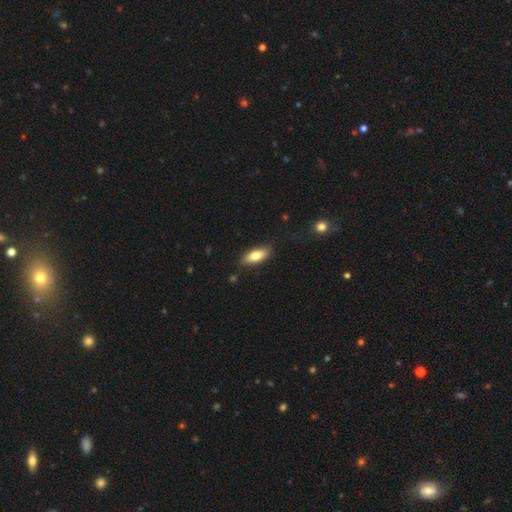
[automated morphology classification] Smooth or featured? Predicted: smooth (p=0.78). How rounded? Predicted: in between (p=0.74). Merging? Predicted: none (p=0.84).